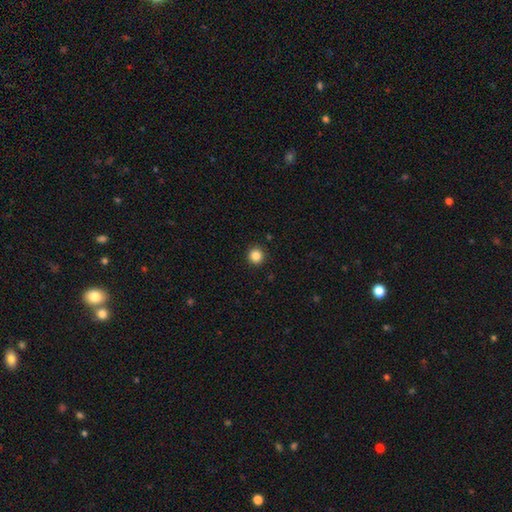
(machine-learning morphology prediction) Smooth or featured?
  - smooth: 85% *
  - star or artifact: 11%
  - featured or disk: 4%
How rounded?
  - round: 95% *
  - in between: 5%
  - cigar-shaped: 1%
Merging?
  - none: 92% *
  - minor disturbance: 5%
  - major disturbance: 2%
  - merger: 1%